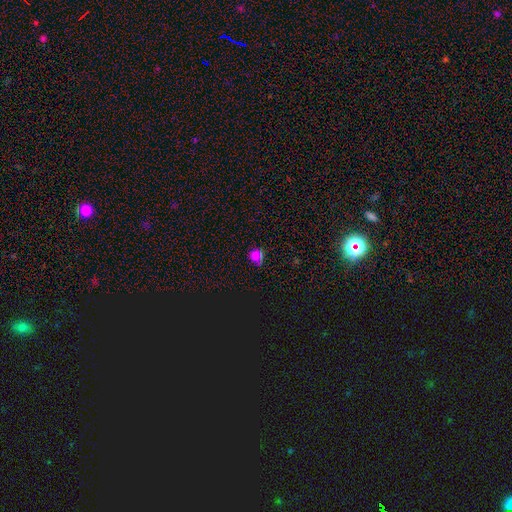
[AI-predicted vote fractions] Smooth or featured? smooth (57%)
How rounded? round (87%)
Merging? none (71%)